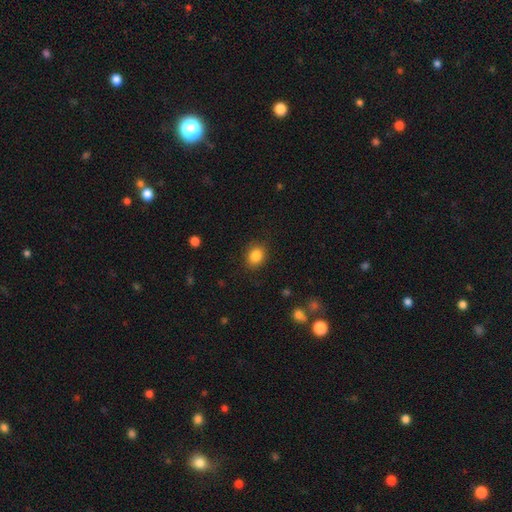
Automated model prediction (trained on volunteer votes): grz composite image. It shows a smooth galaxy with no disk features (85%) that is round (56%). Merging: none (87%).